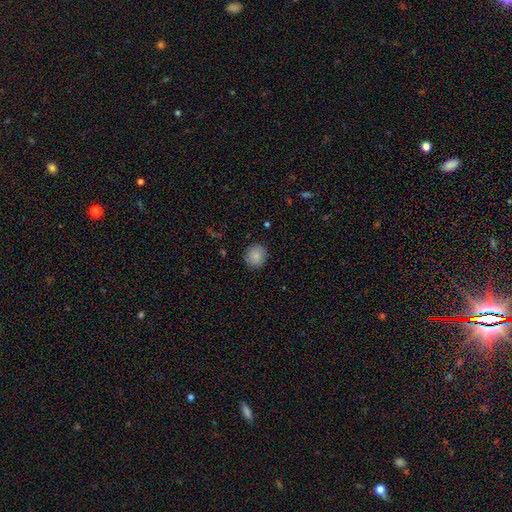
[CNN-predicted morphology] type=smooth (87%); roundness=round (87%); merging=none (89%).